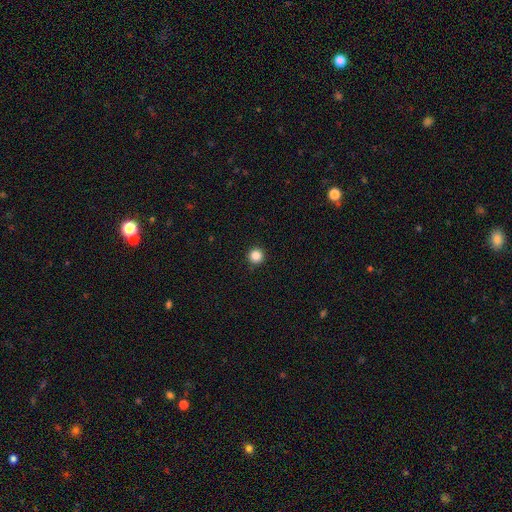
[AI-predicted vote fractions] The model was most divided on "smooth or featured": smooth: 87%, star or artifact: 11%, featured or disk: 3%. More confident: how rounded — round (96%); merging — none (93%).